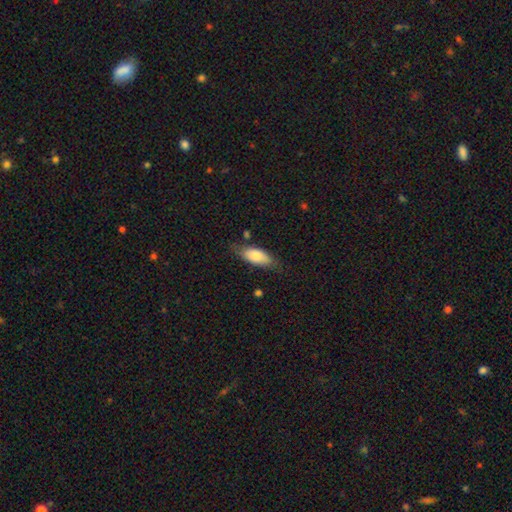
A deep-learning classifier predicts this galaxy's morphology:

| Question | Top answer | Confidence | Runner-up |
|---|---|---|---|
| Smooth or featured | smooth | 76% | featured or disk (18%) |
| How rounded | in between | 83% | cigar-shaped (14%) |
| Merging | none | 67% | minor disturbance (24%) |